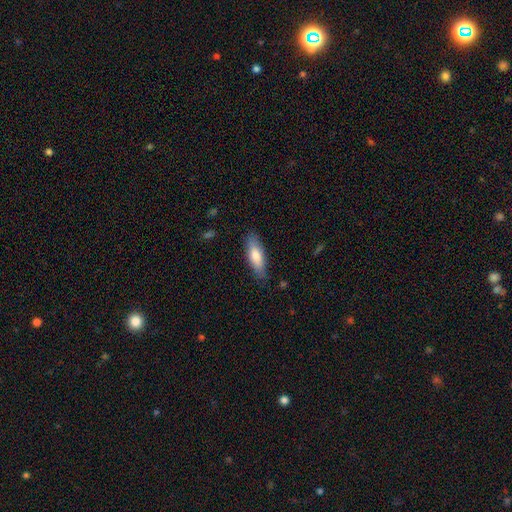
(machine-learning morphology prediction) A smooth galaxy with no disk features (76%) that is in between round and cigar-shaped (52%).

Vote fractions:
- Smooth or featured? smooth: 76% / featured or disk: 18% / star or artifact: 6%
- How rounded? in between: 52% / cigar-shaped: 46% / round: 2%
- Merging? none: 84% / minor disturbance: 12% / major disturbance: 2% / merger: 1%